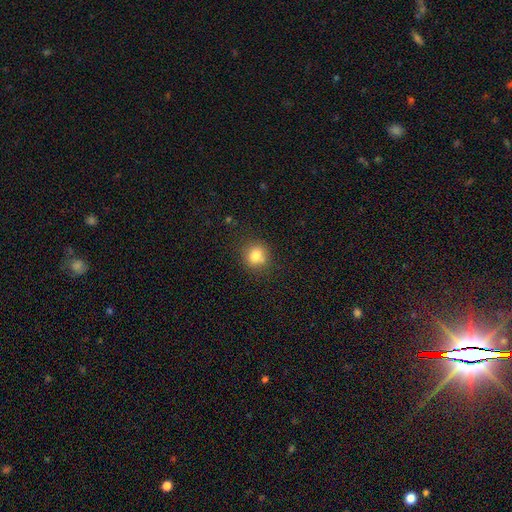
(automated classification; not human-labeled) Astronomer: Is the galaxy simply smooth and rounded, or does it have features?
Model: smooth — 78%.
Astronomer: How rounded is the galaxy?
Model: round — 82%.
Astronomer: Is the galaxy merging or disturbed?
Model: none — 70%.